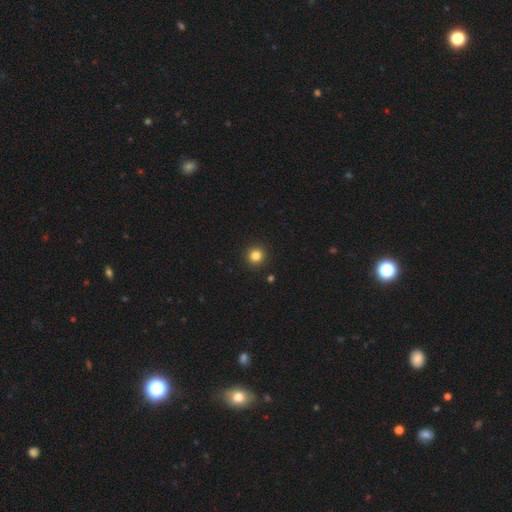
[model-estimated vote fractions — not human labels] Smooth or featured: smooth — 83% (star or artifact — 12%)
How rounded: round — 95% (in between — 4%)
Merging: none — 92% (minor disturbance — 5%)